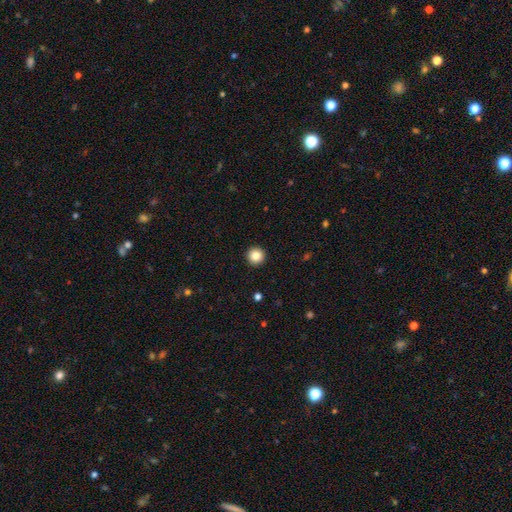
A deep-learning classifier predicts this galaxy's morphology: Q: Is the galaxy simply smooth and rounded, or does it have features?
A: smooth — 85%.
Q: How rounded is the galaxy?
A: round — 96%.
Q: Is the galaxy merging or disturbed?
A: none — 94%.